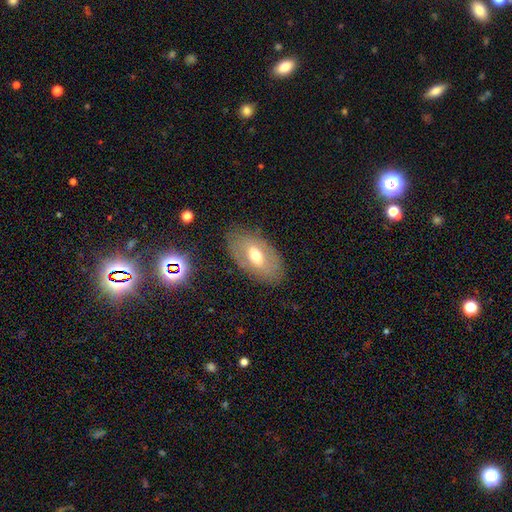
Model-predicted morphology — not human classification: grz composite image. It shows a smooth galaxy with no disk features (50%) that is in between round and cigar-shaped (91%). Merging: none (79%).